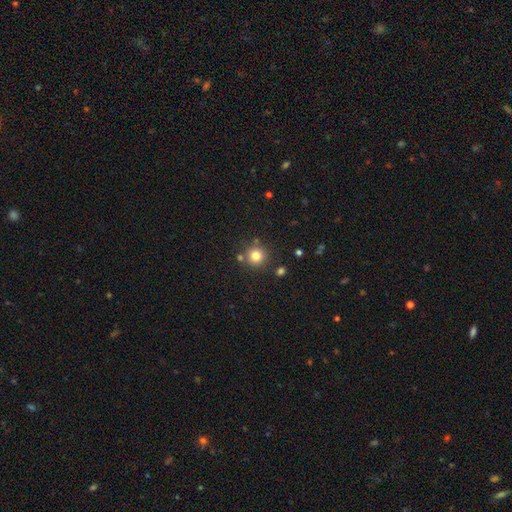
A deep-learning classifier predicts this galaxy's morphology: This appears to be a smooth galaxy with no disk features (80%) that is round (94%). Merging: none (81%).